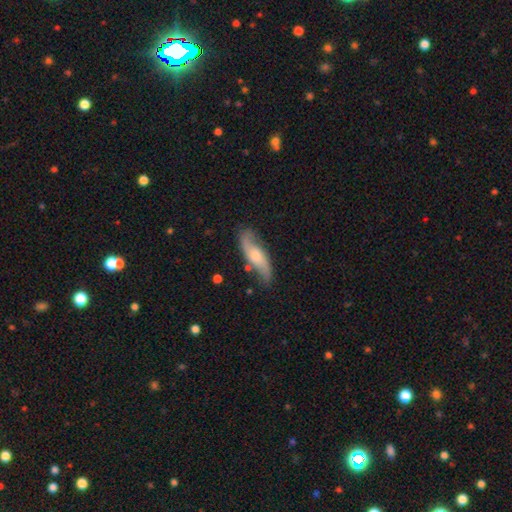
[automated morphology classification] Smooth or featured?
  - featured or disk: 67% *
  - smooth: 27%
  - star or artifact: 6%
Edge-on disk?
  - no: 82% *
  - yes: 18%
Bar?
  - no: 63% *
  - weak: 30%
  - strong: 7%
Spiral arms?
  - yes: 91% *
  - no: 9%
Bulge size?
  - moderate: 54% *
  - small: 35%
  - large: 6%
  - none: 4%
  - dominant: 1%
Merging?
  - none: 75% *
  - minor disturbance: 18%
  - major disturbance: 5%
  - merger: 3%